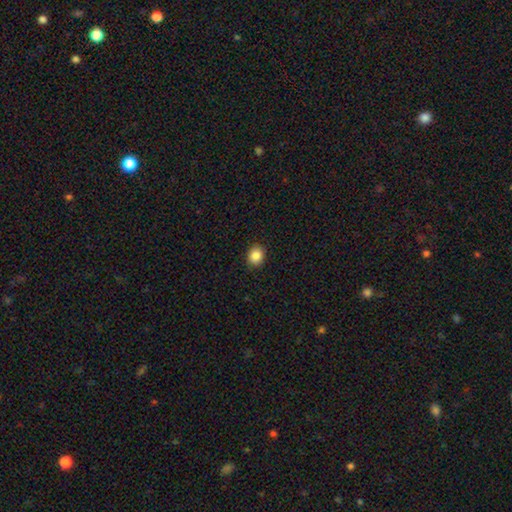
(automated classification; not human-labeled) A smooth galaxy with no disk features (87%) that is round (64%).

Vote fractions:
- Smooth or featured? smooth: 87% / star or artifact: 9% / featured or disk: 4%
- How rounded? round: 64% / in between: 35% / cigar-shaped: 1%
- Merging? none: 91% / minor disturbance: 6% / major disturbance: 2% / merger: 1%